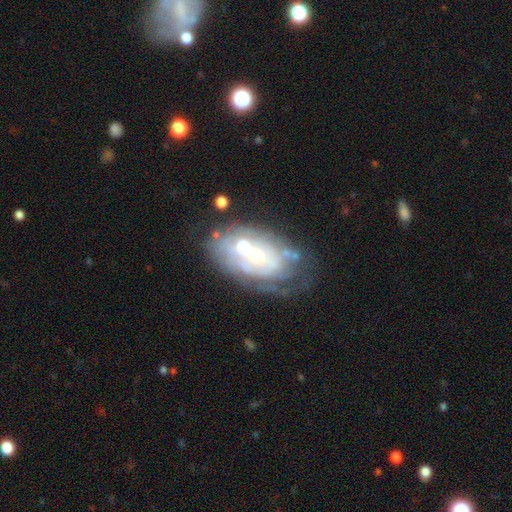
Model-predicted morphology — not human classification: type=featured or disk (69%); edge-on=no (94%); bar=no (81%); spiral arms=yes (53%); bulge=moderate (52%); merging=none (43%).